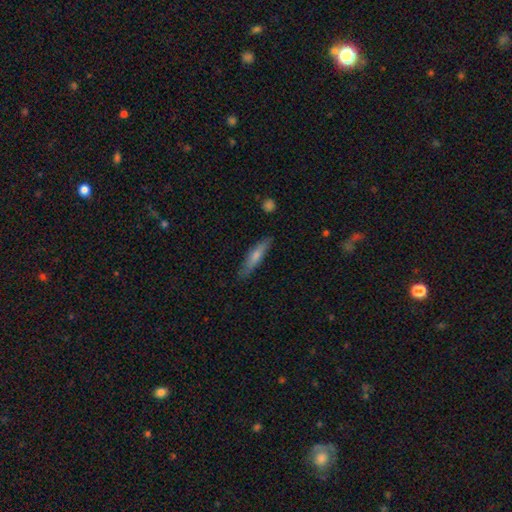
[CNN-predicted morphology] Smooth or featured?
  - smooth: 67% *
  - featured or disk: 28%
  - star or artifact: 6%
How rounded?
  - cigar-shaped: 83% *
  - in between: 15%
  - round: 2%
Merging?
  - none: 84% *
  - minor disturbance: 12%
  - major disturbance: 2%
  - merger: 2%